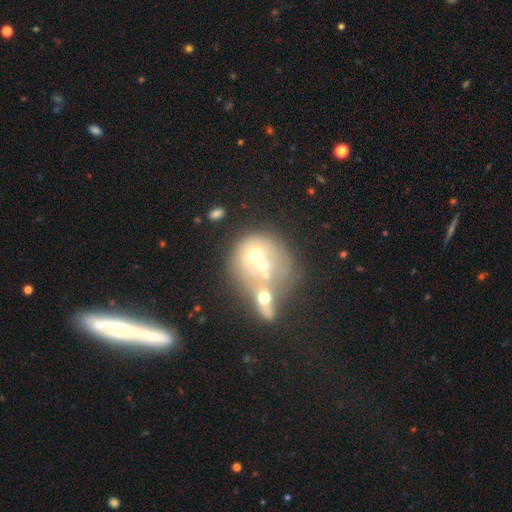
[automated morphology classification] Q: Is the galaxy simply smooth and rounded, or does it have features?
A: featured or disk — 44%.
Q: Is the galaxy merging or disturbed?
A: merger — 70%.